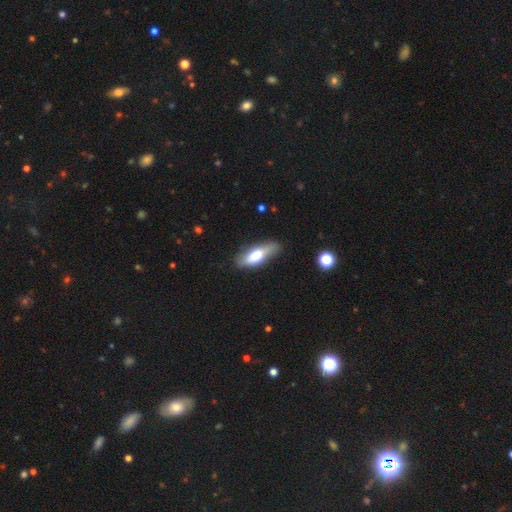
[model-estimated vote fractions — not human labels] smooth 64%, featured or disk 29%, star or artifact 7%. Down the decision tree: how rounded — in between (62%); merging — none (69%).